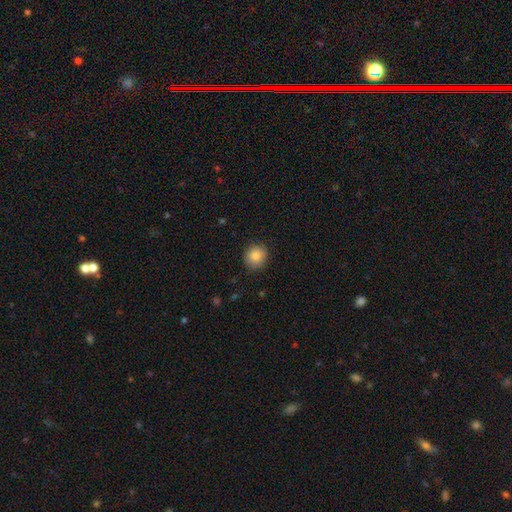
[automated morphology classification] This is clearly a smooth galaxy (86%). How rounded: clearly round (84%). Merging: clearly none (86%).